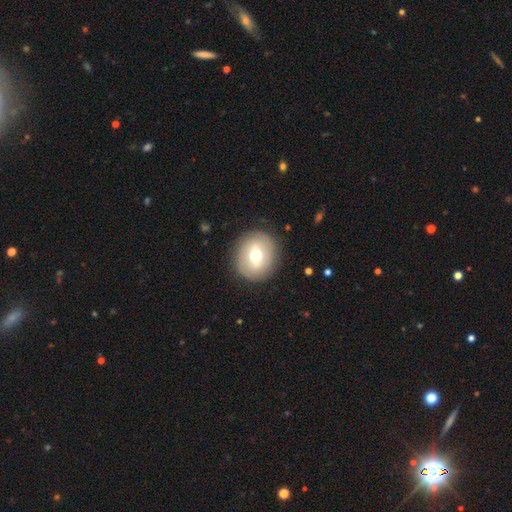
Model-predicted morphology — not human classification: smooth-or-featured: smooth: 58% | featured or disk: 34% | star or artifact: 8%
  how-rounded: round: 79% | in between: 20% | cigar-shaped: 1%
  merging: none: 88% | minor disturbance: 8% | major disturbance: 3% | merger: 1%